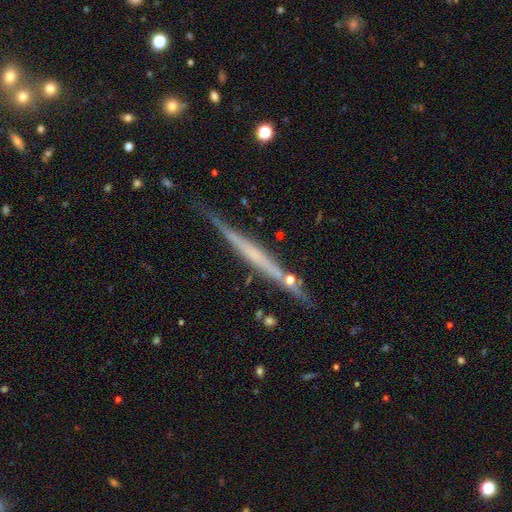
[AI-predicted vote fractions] The model was most divided on "smooth or featured": featured or disk: 67%, smooth: 26%, star or artifact: 7%. More confident: edge-on disk — yes (97%); merging — none (78%); edge-on bulge — none (74%).